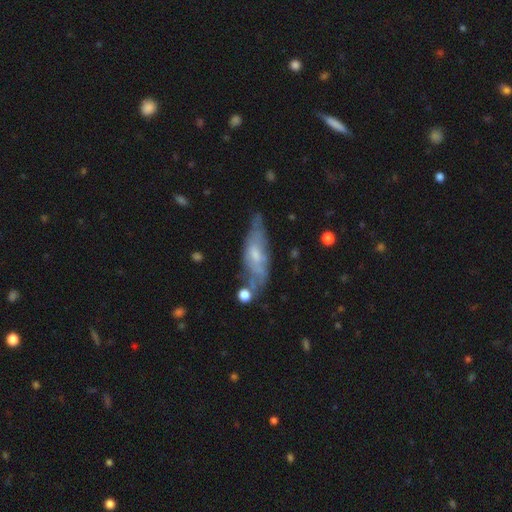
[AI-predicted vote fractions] This appears to be a featured or disk galaxy (55%). Merging: none (48%).